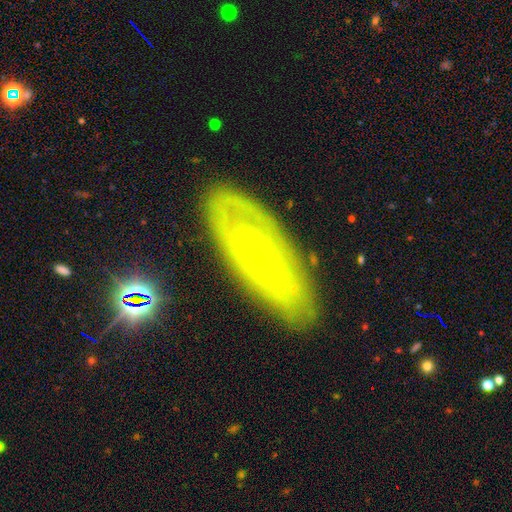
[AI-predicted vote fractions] Smooth or featured? Predicted: featured or disk (p=0.76). Edge-on disk? Predicted: no (p=0.89). Bar? Predicted: no (p=0.54). Spiral arms? Predicted: yes (p=0.86). Spiral winding? Predicted: tight (p=0.72). Spiral arm count? Predicted: can't tell (p=0.55). Bulge size? Predicted: small (p=0.82). Merging? Predicted: none (p=0.79).